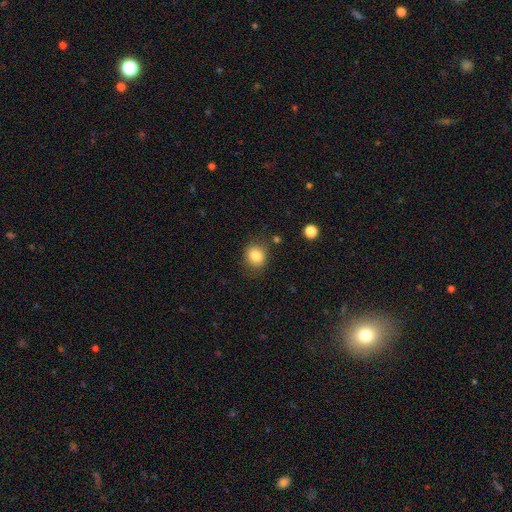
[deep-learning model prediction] Q: Smooth or featured?
A: smooth (83%); runner-up: star or artifact (10%)
Q: How rounded?
A: round (79%); runner-up: in between (20%)
Q: Merging?
A: none (81%); runner-up: minor disturbance (12%)